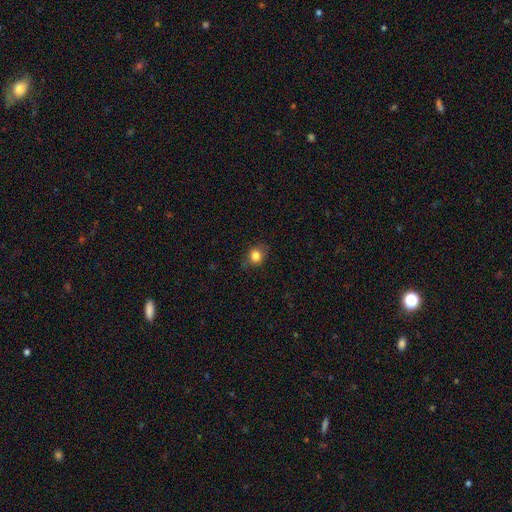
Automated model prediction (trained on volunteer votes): smooth 81%, star or artifact 11%, featured or disk 8%. Down the decision tree: how rounded — round (68%); merging — none (77%).